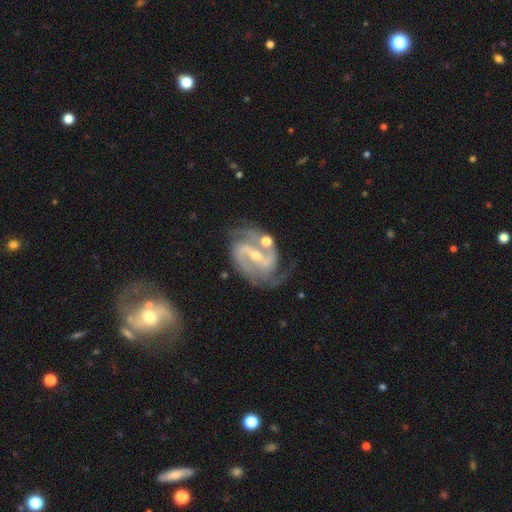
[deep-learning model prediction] Morphology: type=featured or disk (92%); edge-on=no (97%); bar=strong (56%); spiral arms=yes (98%); winding=medium (53%); arm count=2 (80%); bulge=small (60%); merging=none (63%).